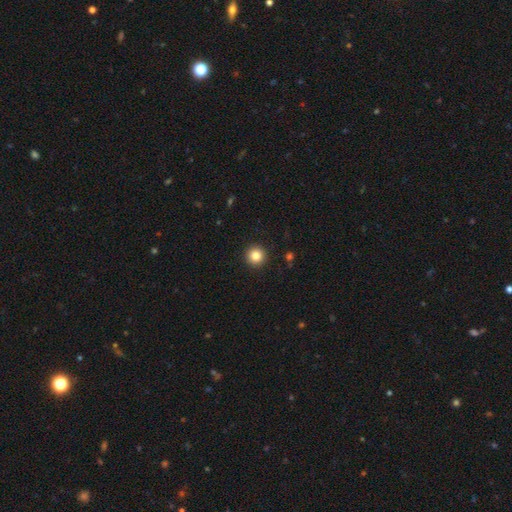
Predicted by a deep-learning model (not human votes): Smooth or featured? smooth (84%)
How rounded? round (96%)
Merging? none (93%)